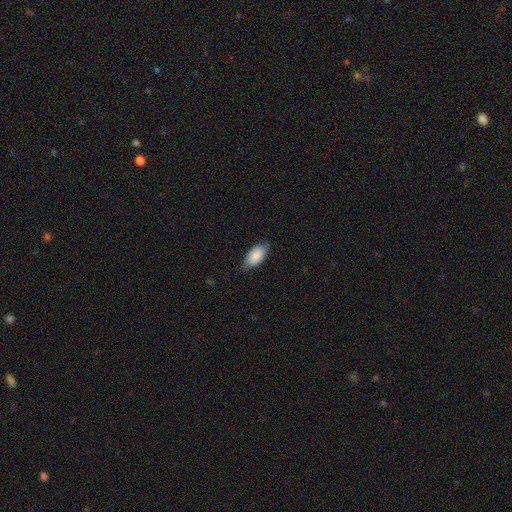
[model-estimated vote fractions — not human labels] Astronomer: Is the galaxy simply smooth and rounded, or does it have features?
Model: smooth — 87%.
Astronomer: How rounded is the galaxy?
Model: in between — 92%.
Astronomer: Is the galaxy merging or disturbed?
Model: none — 74%.